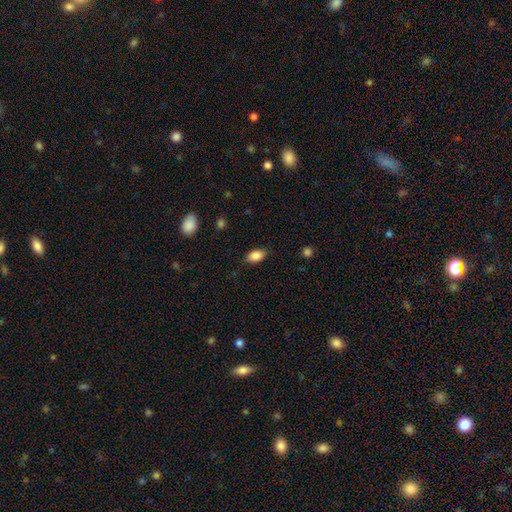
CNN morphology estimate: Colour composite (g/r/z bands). It shows a smooth galaxy with no disk features (87%) that is in between round and cigar-shaped (89%). Merging: none (84%).